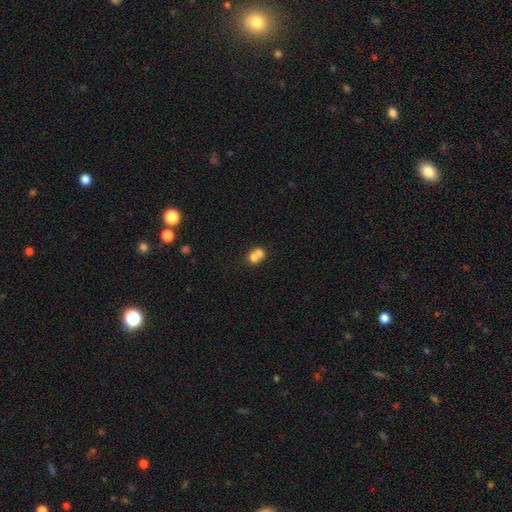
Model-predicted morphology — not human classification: smooth-or-featured: smooth: 68% | featured or disk: 22% | star or artifact: 10%
  how-rounded: round: 62% | in between: 37% | cigar-shaped: 1%
  merging: merger: 67% | none: 24% | minor disturbance: 6% | major disturbance: 3%